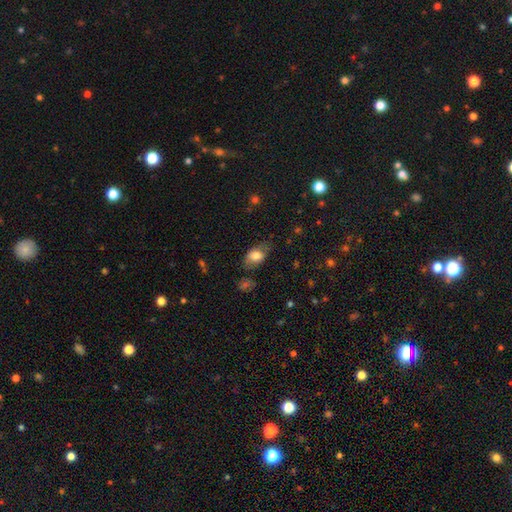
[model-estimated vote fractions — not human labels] The model was most divided on "merging": none: 61%, minor disturbance: 26%, major disturbance: 10%, merger: 3%. More confident: how rounded — in between (87%); smooth or featured — smooth (75%).